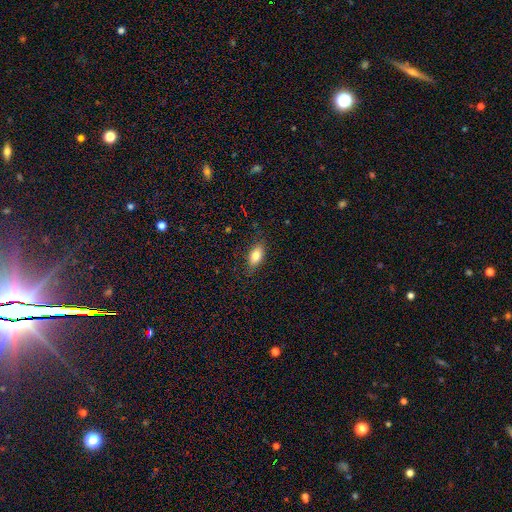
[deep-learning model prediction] smooth_or_featured: smooth (p=0.80) [alt: featured or disk p=0.12]
how_rounded: in between (p=0.86) [alt: cigar-shaped p=0.09]
merging: none (p=0.82) [alt: minor disturbance p=0.14]